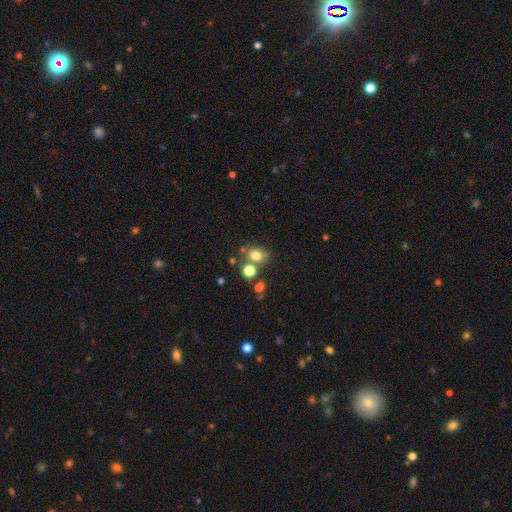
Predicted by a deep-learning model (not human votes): Smooth or featured? Predicted: smooth (p=0.75). How rounded? Predicted: round (p=0.53). Merging? Predicted: none (p=0.61).